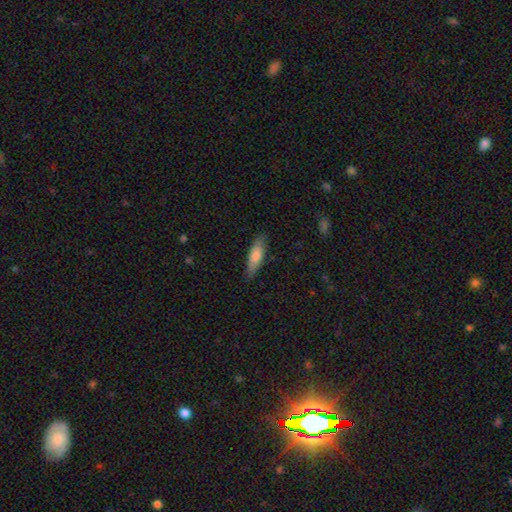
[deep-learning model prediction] A smooth galaxy with no disk features (75%) that is cigar-shaped (61%).

Vote fractions:
- Smooth or featured? smooth: 75% / featured or disk: 19% / star or artifact: 6%
- How rounded? cigar-shaped: 61% / in between: 37% / round: 2%
- Merging? none: 84% / minor disturbance: 13% / major disturbance: 2% / merger: 1%